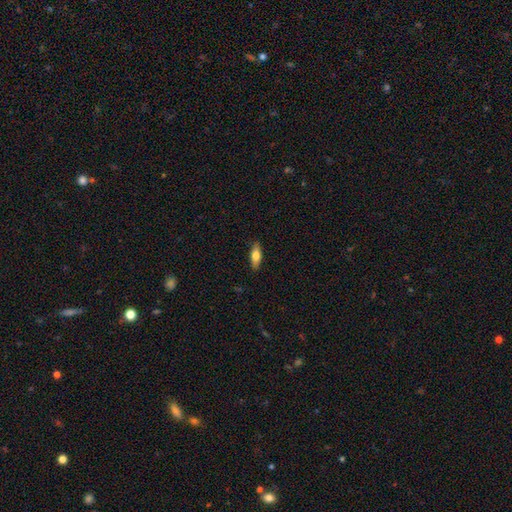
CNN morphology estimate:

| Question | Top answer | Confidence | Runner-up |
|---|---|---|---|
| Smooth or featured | smooth | 66% | featured or disk (28%) |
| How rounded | in between | 63% | cigar-shaped (34%) |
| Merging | none | 89% | minor disturbance (8%) |